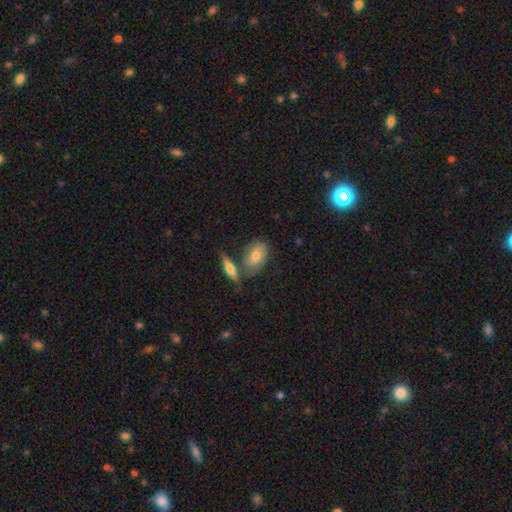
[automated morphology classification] Q: Smooth or featured?
A: smooth (60%); runner-up: featured or disk (32%)
Q: How rounded?
A: in between (85%); runner-up: round (8%)
Q: Merging?
A: none (51%); runner-up: merger (26%)